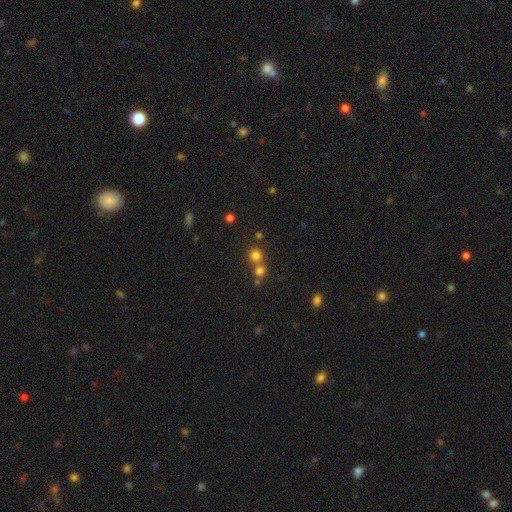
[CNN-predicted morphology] Smooth or featured: smooth — 73% (star or artifact — 19%)
How rounded: round — 91% (in between — 8%)
Merging: none — 57% (merger — 35%)